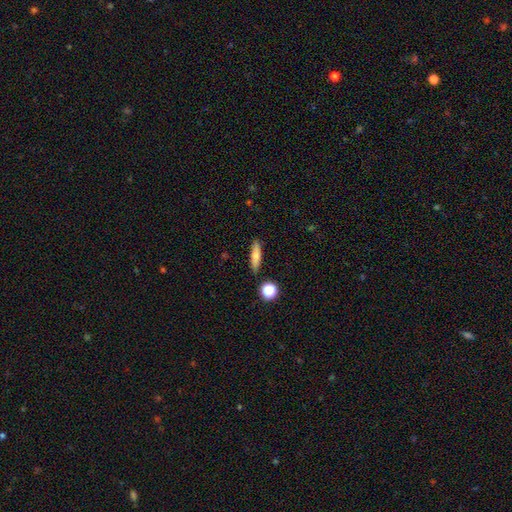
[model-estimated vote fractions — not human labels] Overall: smooth (73%). How rounded: cigar-shaped (69%). Merging: none (86%).